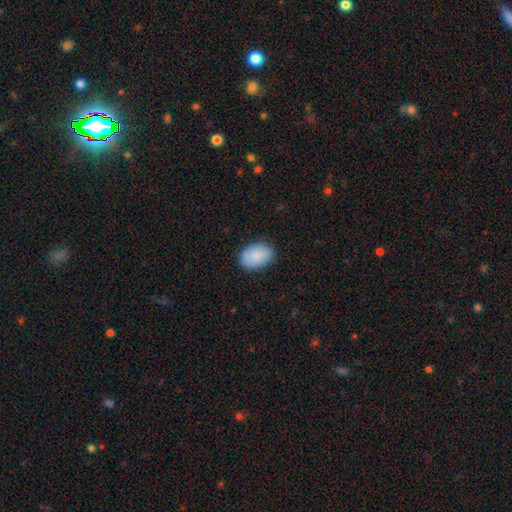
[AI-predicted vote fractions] smooth 89%, star or artifact 6%, featured or disk 5%. Down the decision tree: how rounded — in between (86%); merging — none (84%).